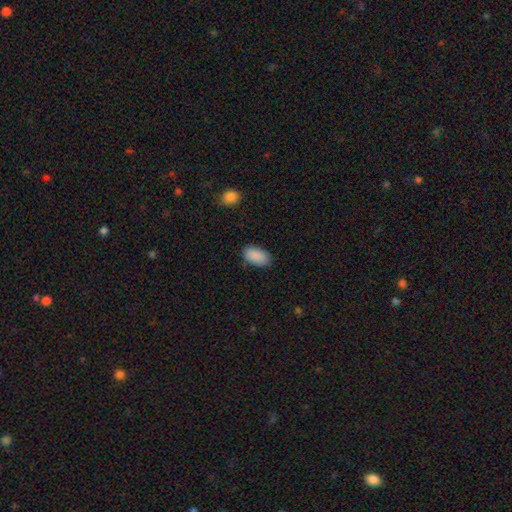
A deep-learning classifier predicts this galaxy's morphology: A smooth galaxy with no disk features (90%) that is in between round and cigar-shaped (94%). Merging: none (83%).